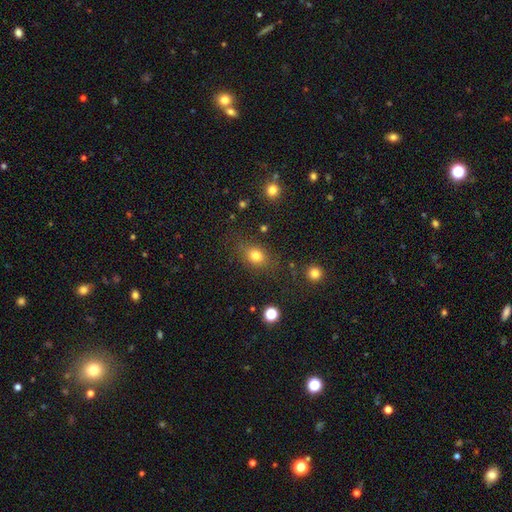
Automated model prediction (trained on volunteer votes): A smooth galaxy with no disk features (78%) that is in between round and cigar-shaped (53%).

Vote fractions:
- Smooth or featured? smooth: 78% / star or artifact: 14% / featured or disk: 9%
- How rounded? in between: 53% / round: 46% / cigar-shaped: 2%
- Merging? none: 78% / minor disturbance: 14% / major disturbance: 6% / merger: 3%